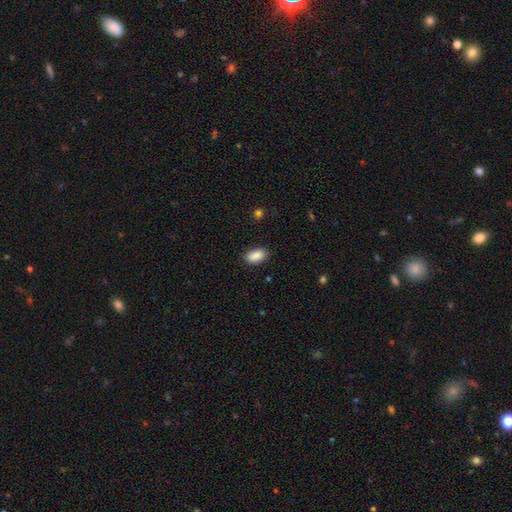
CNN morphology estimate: This appears to be a smooth galaxy with no disk features (90%) that is in between round and cigar-shaped (93%). Merging: none (87%).